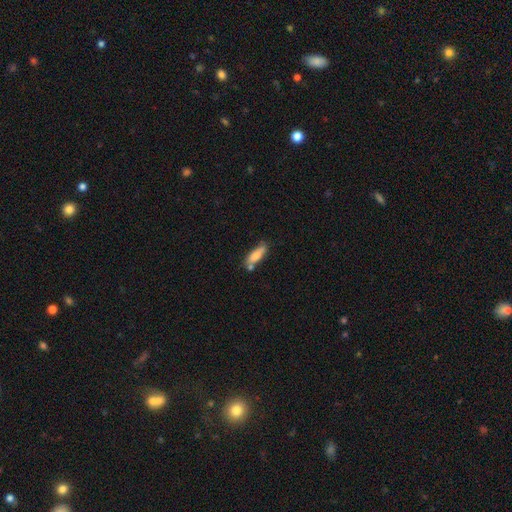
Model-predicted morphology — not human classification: A smooth galaxy with no disk features (76%) that is in between round and cigar-shaped (49%, tied with cigar-shaped).

Vote fractions:
- Smooth or featured? smooth: 76% / featured or disk: 17% / star or artifact: 7%
- How rounded? in between: 49% (tied) / cigar-shaped: 49% (tied) / round: 2%
- Merging? none: 59% / minor disturbance: 20% / merger: 16% / major disturbance: 5%